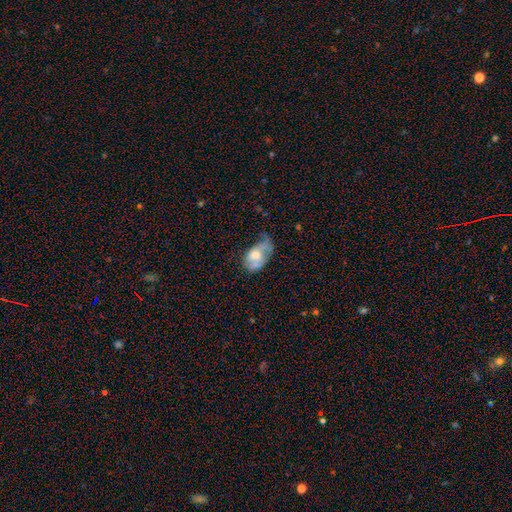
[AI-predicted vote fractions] smooth 54%, featured or disk 38%, star or artifact 7%. Down the decision tree: how rounded — in between (89%); merging — major disturbance (35%, tied with minor disturbance).